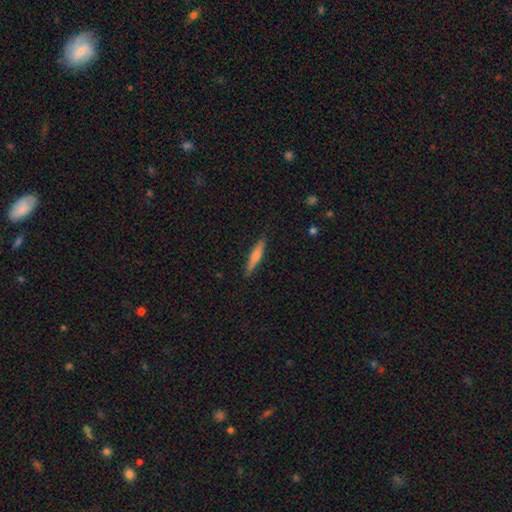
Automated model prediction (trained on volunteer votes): This appears to be a smooth galaxy with no disk features (66%) that is cigar-shaped (89%). Merging: none (87%).